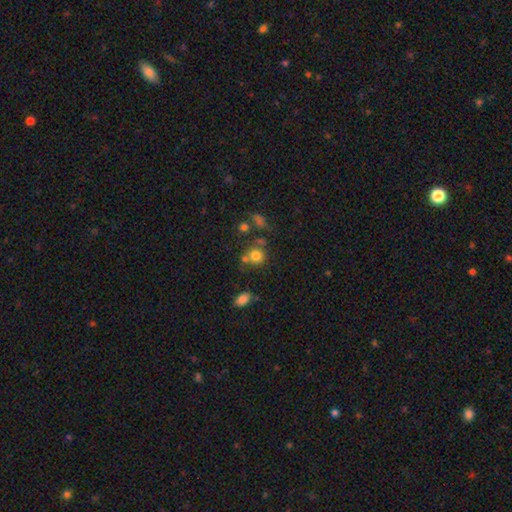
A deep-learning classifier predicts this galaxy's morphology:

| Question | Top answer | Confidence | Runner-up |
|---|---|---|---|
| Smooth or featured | smooth | 76% | star or artifact (14%) |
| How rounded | round | 83% | in between (16%) |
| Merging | none | 56% | merger (24%) |